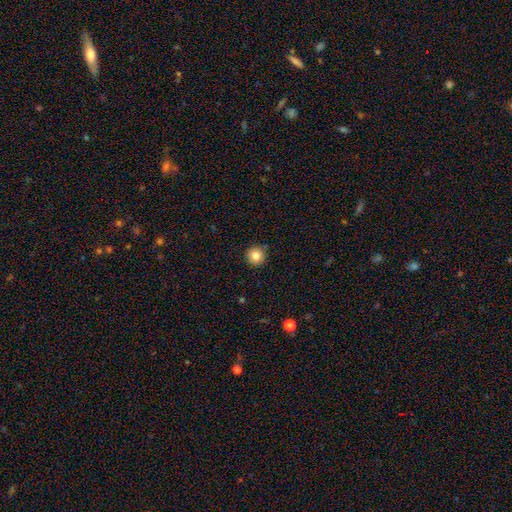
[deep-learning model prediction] Smooth or featured?
  - smooth: 83% *
  - star or artifact: 11%
  - featured or disk: 6%
How rounded?
  - round: 95% *
  - in between: 4%
  - cigar-shaped: 1%
Merging?
  - none: 91% *
  - minor disturbance: 6%
  - major disturbance: 2%
  - merger: 1%